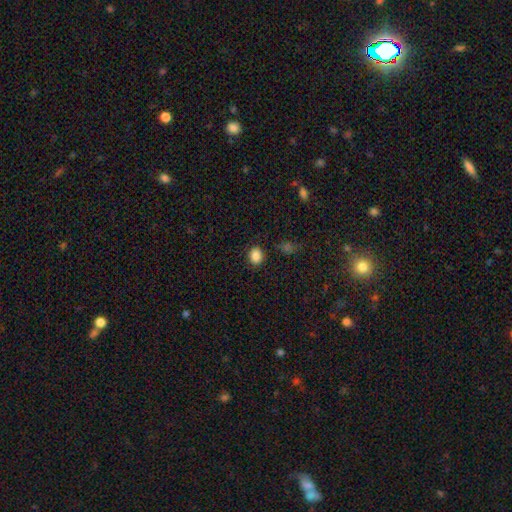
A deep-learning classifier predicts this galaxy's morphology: A smooth galaxy with no disk features (87%) that is round (54%).

Vote fractions:
- Smooth or featured? smooth: 87% / star or artifact: 10% / featured or disk: 3%
- How rounded? round: 54% / in between: 45% / cigar-shaped: 1%
- Merging? none: 86% / minor disturbance: 9% / major disturbance: 3% / merger: 2%